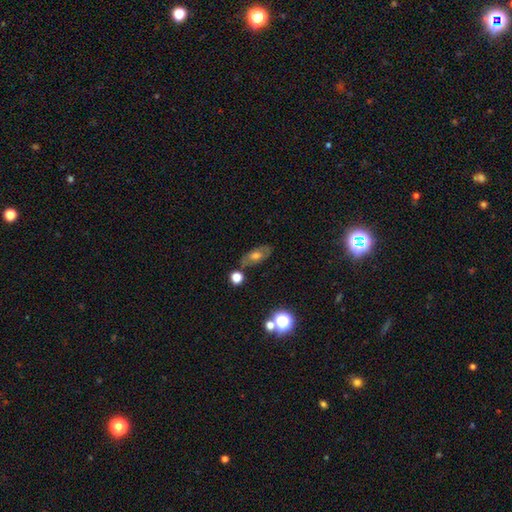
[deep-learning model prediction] smooth-or-featured: featured or disk: 45% | smooth: 43% | star or artifact: 12%
  merging: none: 73% | minor disturbance: 16% | merger: 6% | major disturbance: 5%